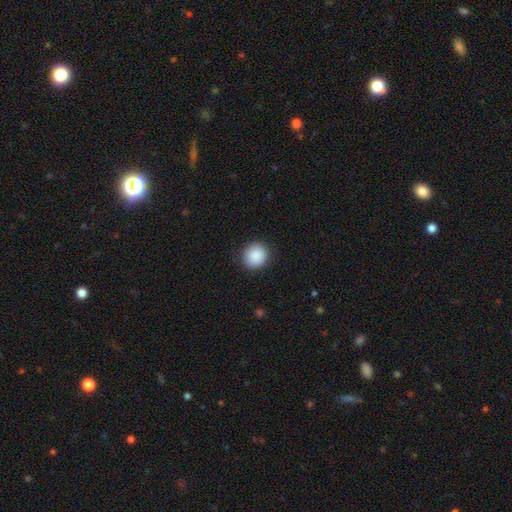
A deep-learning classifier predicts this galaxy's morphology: A smooth galaxy with no disk features (89%) that is round (86%).

Vote fractions:
- Smooth or featured? smooth: 89% / star or artifact: 7% / featured or disk: 3%
- How rounded? round: 86% / in between: 13% / cigar-shaped: 1%
- Merging? none: 89% / minor disturbance: 8% / major disturbance: 2% / merger: 1%